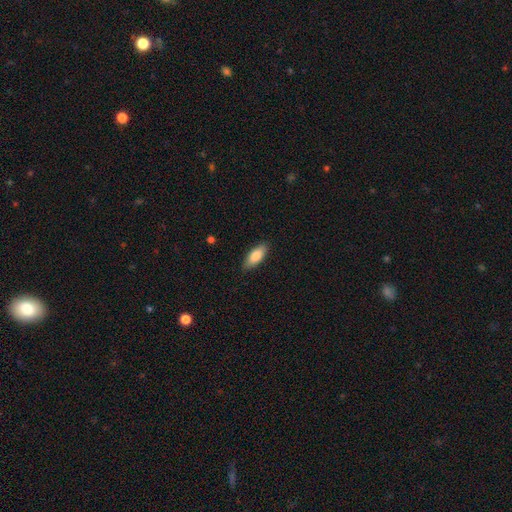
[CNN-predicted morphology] type=smooth (83%); roundness=in between (78%); merging=none (87%).